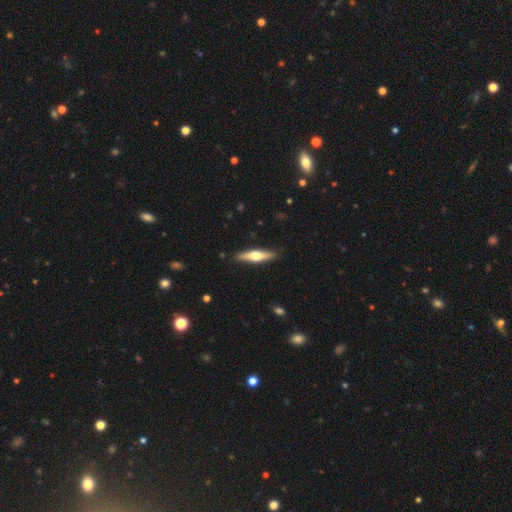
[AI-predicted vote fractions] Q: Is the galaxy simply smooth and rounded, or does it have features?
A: featured or disk — 57%.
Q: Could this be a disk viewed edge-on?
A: yes — 96%.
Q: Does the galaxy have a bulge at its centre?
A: rounded — 92%.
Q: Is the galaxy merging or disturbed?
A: none — 90%.